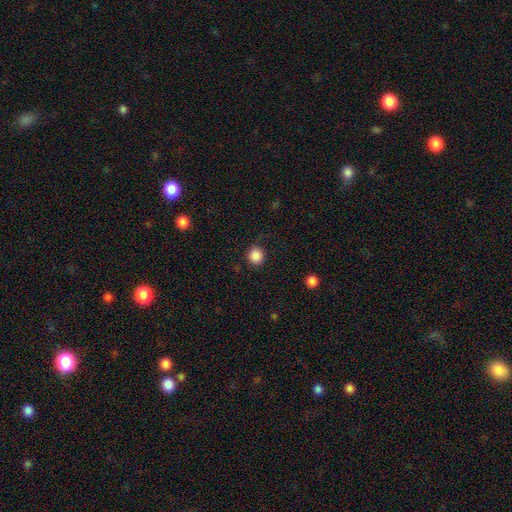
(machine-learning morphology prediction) The model was most divided on "smooth or featured": smooth: 87%, star or artifact: 10%, featured or disk: 3%. More confident: how rounded — round (90%); merging — none (88%).